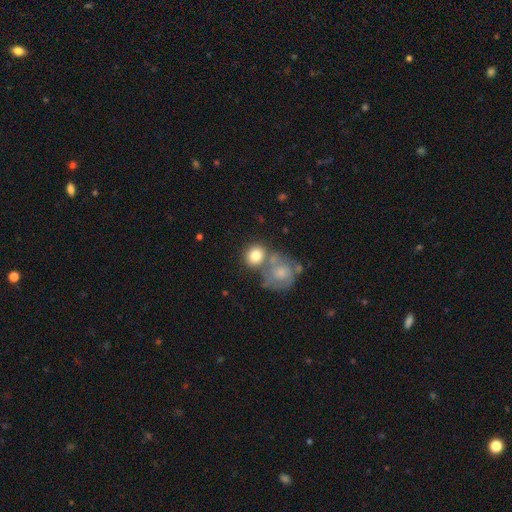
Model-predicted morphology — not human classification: Smooth or featured?
  - smooth: 77% *
  - featured or disk: 15%
  - star or artifact: 8%
How rounded?
  - round: 78% *
  - in between: 21%
  - cigar-shaped: 1%
Merging?
  - none: 46% *
  - merger: 36%
  - minor disturbance: 12%
  - major disturbance: 6%